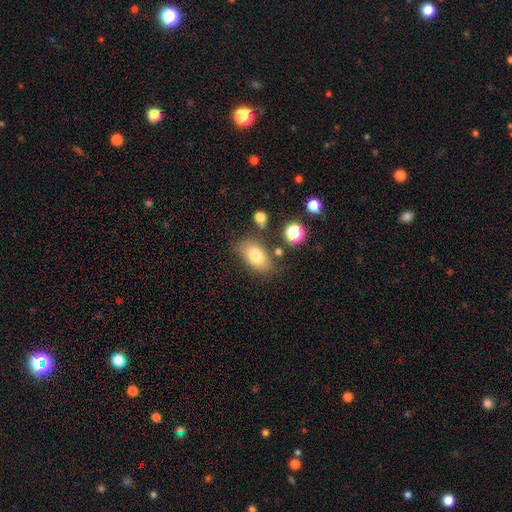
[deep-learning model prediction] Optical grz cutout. It shows a smooth galaxy with no disk features (78%) that is in between round and cigar-shaped (89%). Merging: none (71%).